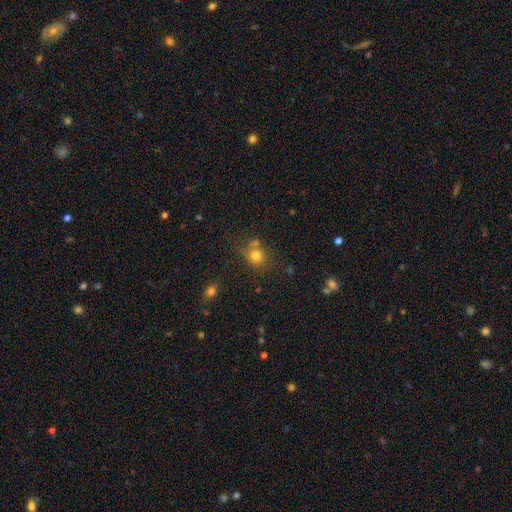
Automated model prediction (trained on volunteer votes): smooth_or_featured: smooth (p=0.77) [alt: star or artifact p=0.14]
how_rounded: round (p=0.81) [alt: in between p=0.18]
merging: none (p=0.64) [alt: merger p=0.15]